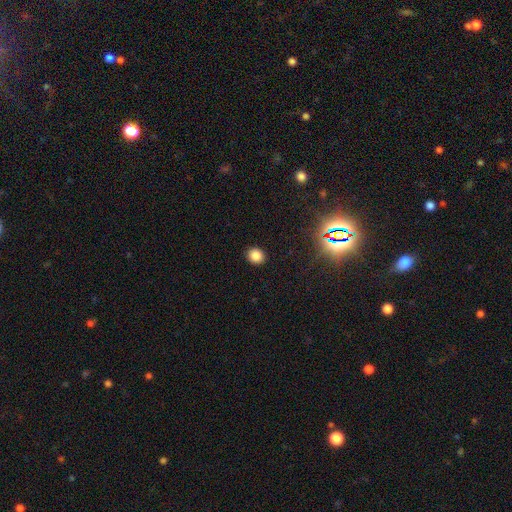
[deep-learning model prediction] smooth_or_featured: smooth (p=0.82) [alt: star or artifact p=0.14]
how_rounded: round (p=0.74) [alt: in between p=0.25]
merging: none (p=0.91) [alt: minor disturbance p=0.06]